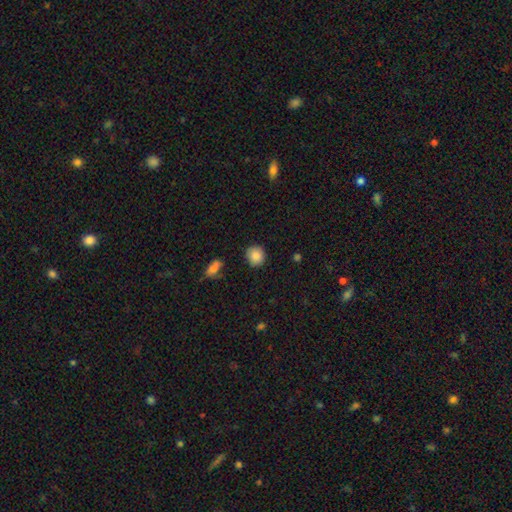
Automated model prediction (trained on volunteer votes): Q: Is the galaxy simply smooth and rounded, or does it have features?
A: smooth — 87%.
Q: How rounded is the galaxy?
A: round — 86%.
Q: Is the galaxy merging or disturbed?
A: none — 87%.